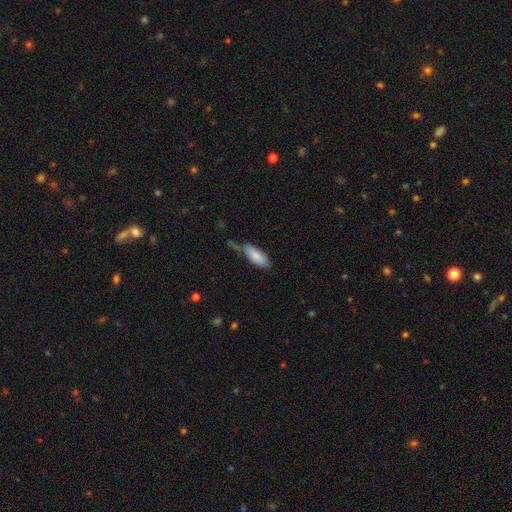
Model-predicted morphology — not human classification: smooth-or-featured: smooth: 82% | featured or disk: 12% | star or artifact: 6%
  how-rounded: in between: 79% | cigar-shaped: 19% | round: 2%
  merging: none: 44% | minor disturbance: 33% | major disturbance: 12% | merger: 11%